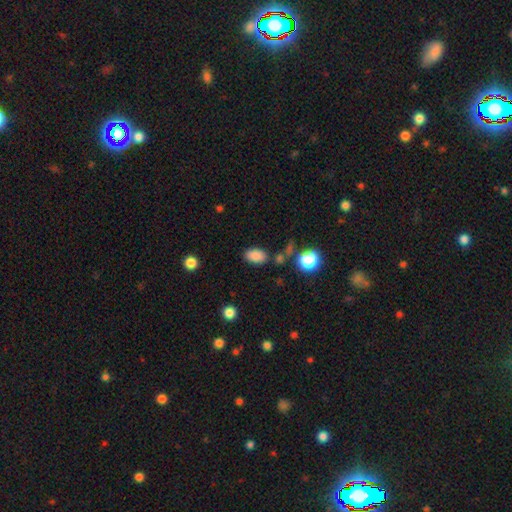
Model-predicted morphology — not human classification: Smooth or featured: smooth — 86% (star or artifact — 10%)
How rounded: in between — 88% (round — 10%)
Merging: none — 79% (minor disturbance — 12%)